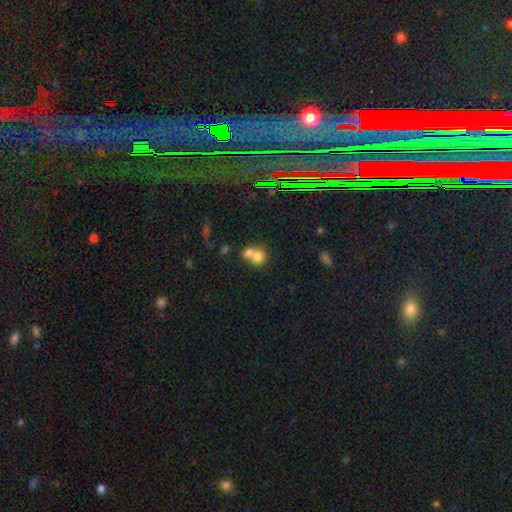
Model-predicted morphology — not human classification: The model was most divided on "merging": merger: 62%, none: 29%, minor disturbance: 6%, major disturbance: 3%. More confident: how rounded — round (73%); smooth or featured — smooth (72%).